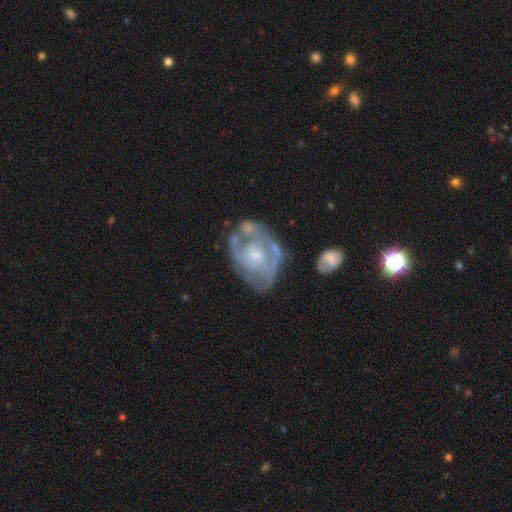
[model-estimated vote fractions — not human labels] Smooth or featured? featured or disk (78%)
Edge-on disk? no (97%)
Bar? no (61%)
Spiral arms? yes (67%)
Spiral winding? tight (48%)
Spiral arm count? can't tell (43%)
Bulge size? small (54%)
Merging? none (46%)